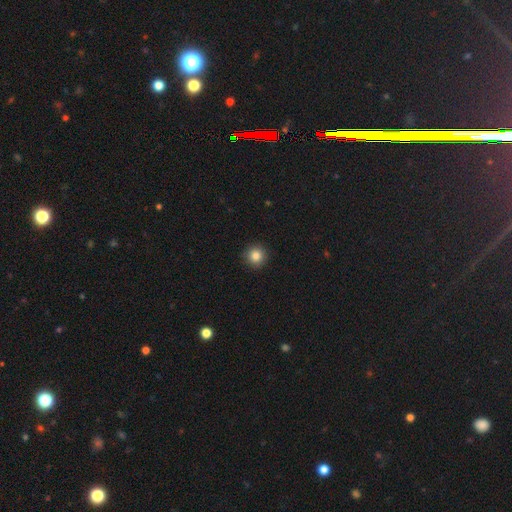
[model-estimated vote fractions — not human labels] A smooth galaxy with no disk features (84%) that is round (96%). Merging: none (93%).